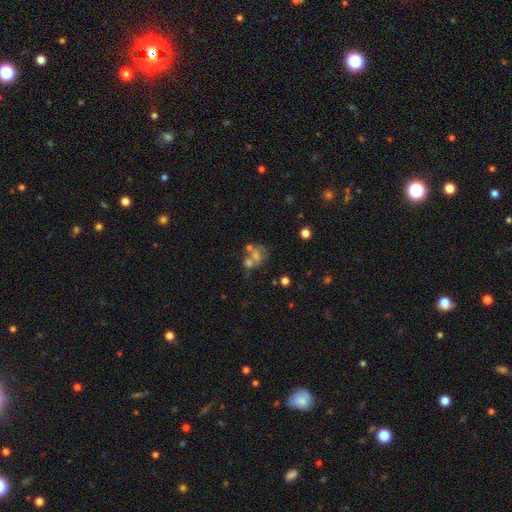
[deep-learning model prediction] Smooth or featured?
  - featured or disk: 40% *
  - smooth: 35%
  - star or artifact: 26%
Merging?
  - merger: 36% *
  - none: 32%
  - major disturbance: 19%
  - minor disturbance: 14%